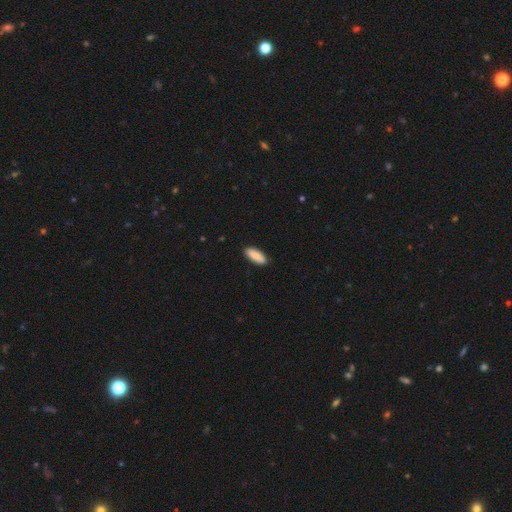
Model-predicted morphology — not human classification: Overall: smooth (87%). How rounded: in between (72%). Merging: none (90%).